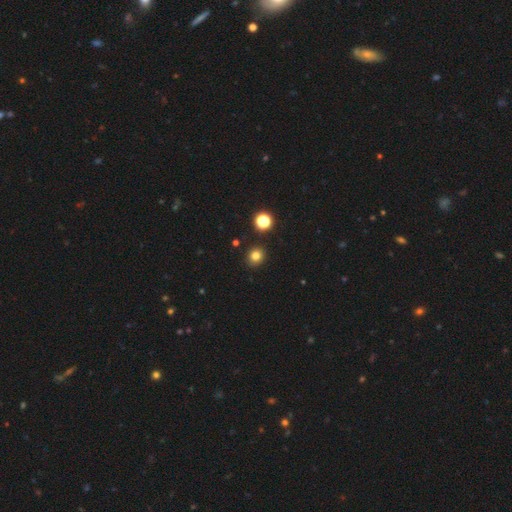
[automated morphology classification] smooth-or-featured: smooth: 79% | star or artifact: 15% | featured or disk: 6%
  how-rounded: round: 80% | in between: 20% | cigar-shaped: 1%
  merging: none: 89% | minor disturbance: 7% | merger: 2% | major disturbance: 2%